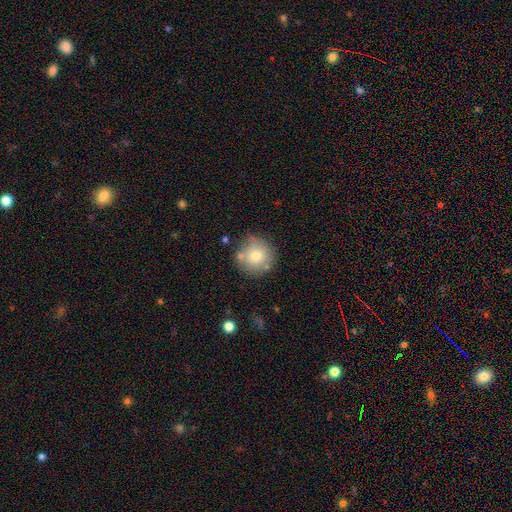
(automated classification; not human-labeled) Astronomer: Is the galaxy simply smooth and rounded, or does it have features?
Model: smooth — 73%.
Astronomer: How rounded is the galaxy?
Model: round — 94%.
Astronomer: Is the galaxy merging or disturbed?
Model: none — 74%.